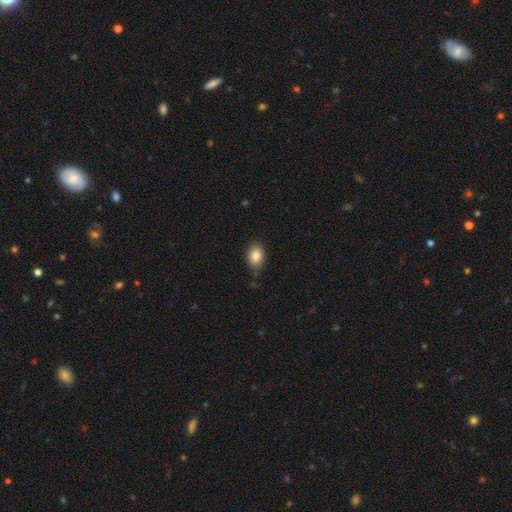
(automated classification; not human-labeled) Smooth or featured? Predicted: smooth (p=0.86). How rounded? Predicted: in between (p=0.76). Merging? Predicted: none (p=0.76).